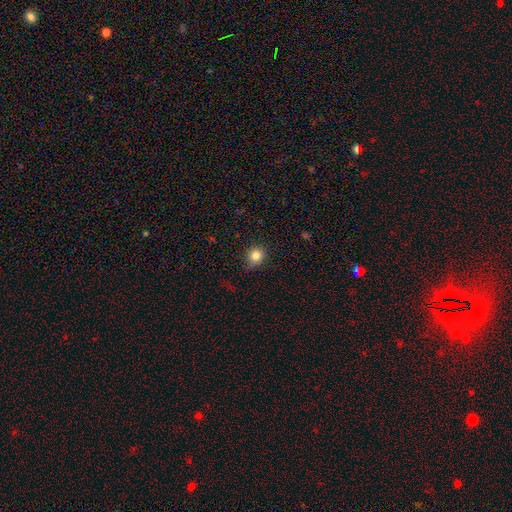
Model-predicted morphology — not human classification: The model was most divided on "merging": none: 77%, minor disturbance: 17%, major disturbance: 4%, merger: 1%. More confident: smooth or featured — smooth (83%); how rounded — round (80%).